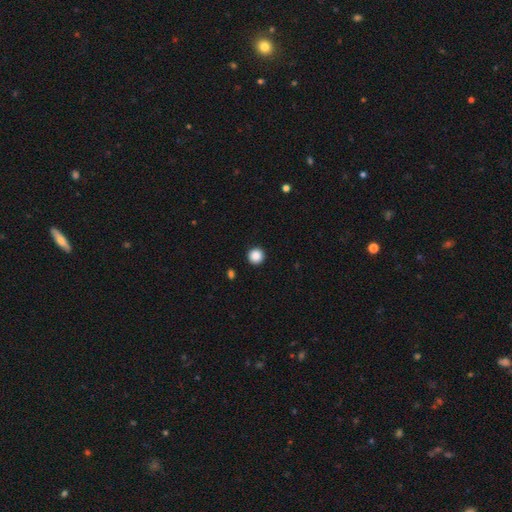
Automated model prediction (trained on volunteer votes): smooth_or_featured: smooth (p=0.88) [alt: star or artifact p=0.10]
how_rounded: round (p=0.96) [alt: in between p=0.03]
merging: none (p=0.94) [alt: minor disturbance p=0.04]